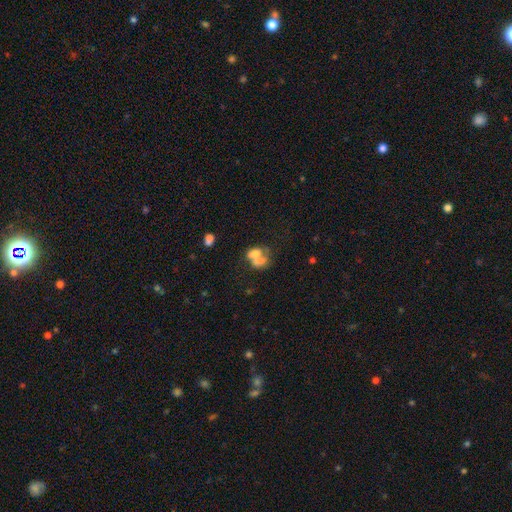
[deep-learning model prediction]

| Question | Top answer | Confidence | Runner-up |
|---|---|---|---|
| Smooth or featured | smooth | 62% | featured or disk (26%) |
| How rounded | in between | 77% | round (20%) |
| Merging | merger | 60% | none (19%) |